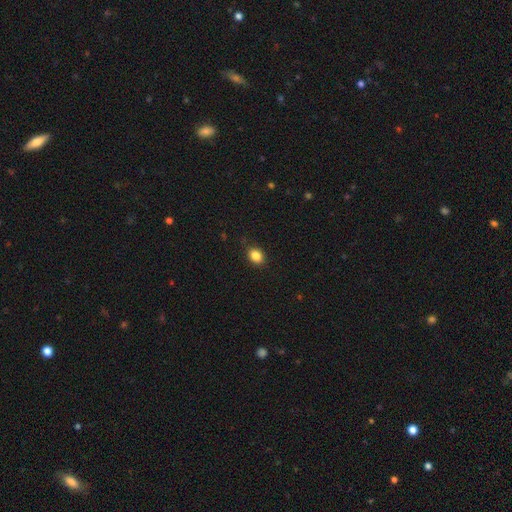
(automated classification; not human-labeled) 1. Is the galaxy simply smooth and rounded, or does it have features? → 85% smooth, 10% star or artifact, 4% featured or disk.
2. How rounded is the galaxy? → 61% in between, 38% round, 1% cigar-shaped.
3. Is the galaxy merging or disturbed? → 86% none, 10% minor disturbance, 2% major disturbance, 1% merger.